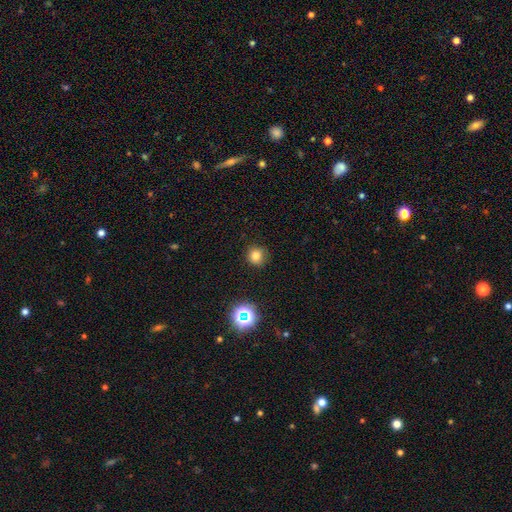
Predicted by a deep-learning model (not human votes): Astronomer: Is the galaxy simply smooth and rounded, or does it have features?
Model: smooth — 76%.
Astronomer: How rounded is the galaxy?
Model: round — 91%.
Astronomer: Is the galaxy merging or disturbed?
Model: none — 88%.